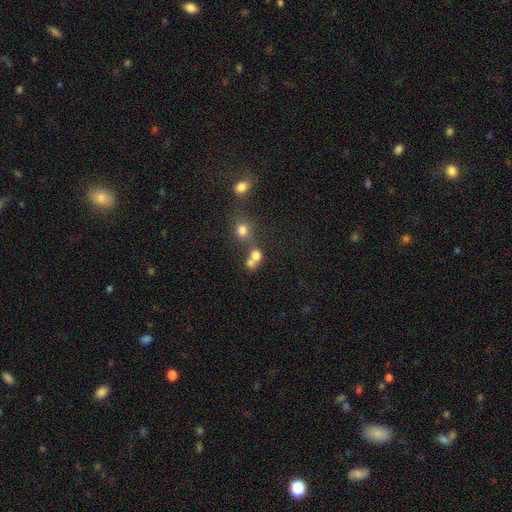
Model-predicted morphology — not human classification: The model was most divided on "merging": merger: 53%, none: 35%, minor disturbance: 7%, major disturbance: 5%. More confident: how rounded — round (73%); smooth or featured — smooth (72%).